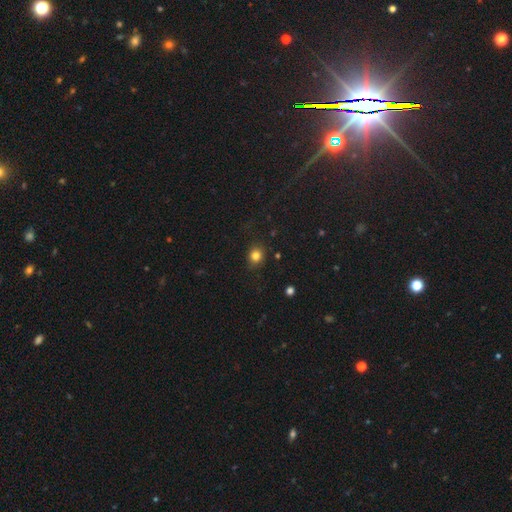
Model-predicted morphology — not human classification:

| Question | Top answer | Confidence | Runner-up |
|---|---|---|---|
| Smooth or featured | smooth | 82% | star or artifact (13%) |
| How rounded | round | 77% | in between (22%) |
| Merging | none | 84% | minor disturbance (12%) |